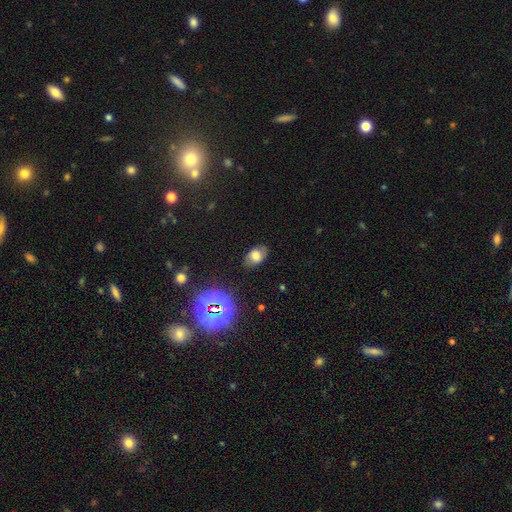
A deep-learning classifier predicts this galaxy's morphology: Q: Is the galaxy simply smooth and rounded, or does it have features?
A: smooth — 64%.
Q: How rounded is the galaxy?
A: in between — 86%.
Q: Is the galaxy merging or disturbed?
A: none — 80%.